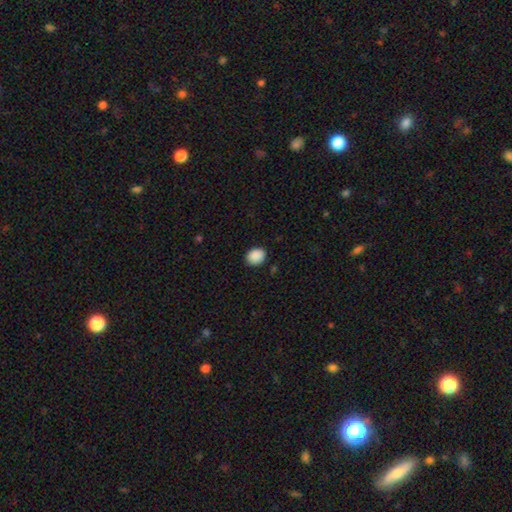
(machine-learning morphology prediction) Smooth or featured? smooth (90%)
How rounded? round (60%)
Merging? none (89%)